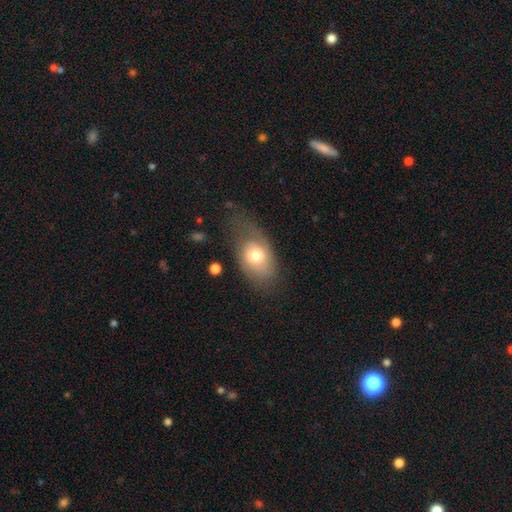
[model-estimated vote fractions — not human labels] Smooth or featured: smooth — 60% (featured or disk — 32%)
How rounded: in between — 82% (round — 16%)
Merging: none — 47% (minor disturbance — 28%)